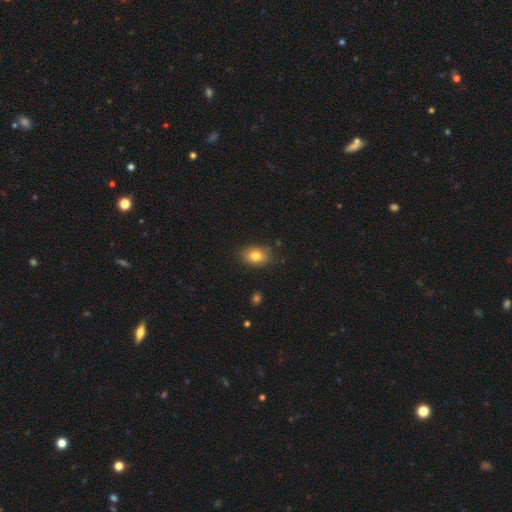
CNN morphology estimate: This is clearly a smooth galaxy (82%). How rounded: likely in between (73%). Merging: clearly none (84%).